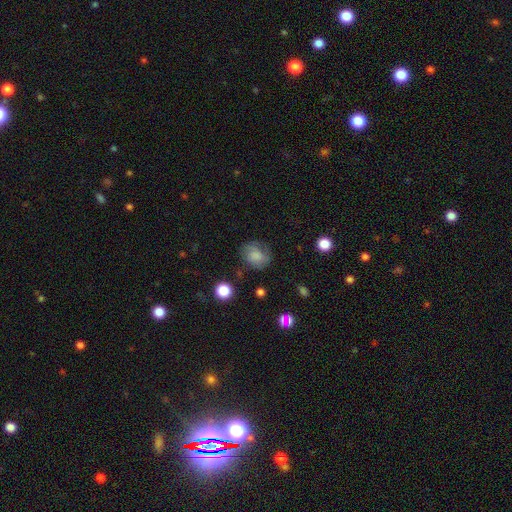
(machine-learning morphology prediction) This is likely a smooth galaxy (65%). How rounded: possibly round (56%). Merging: likely none (61%).